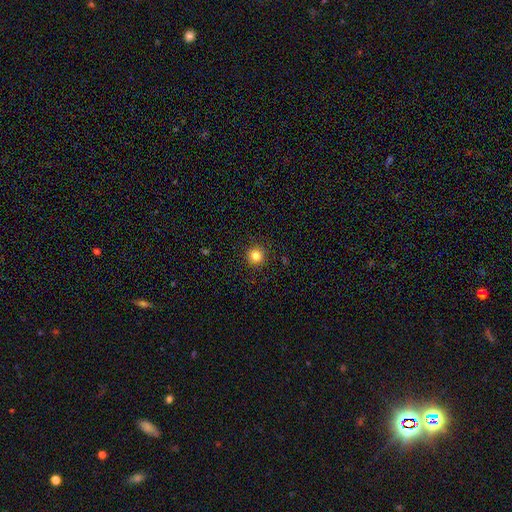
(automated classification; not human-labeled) Smooth or featured: smooth — 84% (star or artifact — 12%)
How rounded: round — 95% (in between — 4%)
Merging: none — 92% (minor disturbance — 5%)